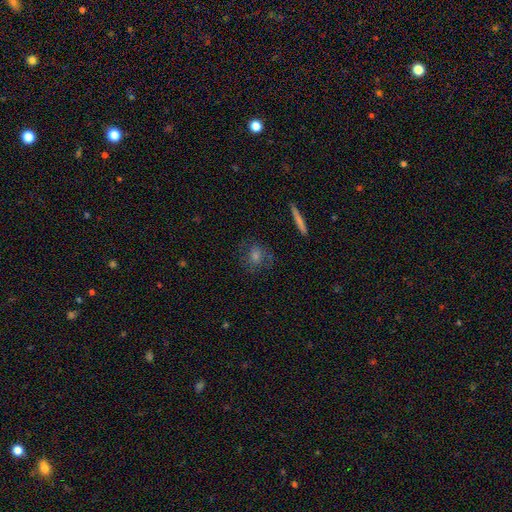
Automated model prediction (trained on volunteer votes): Smooth or featured? smooth (47%)
Merging? none (76%)